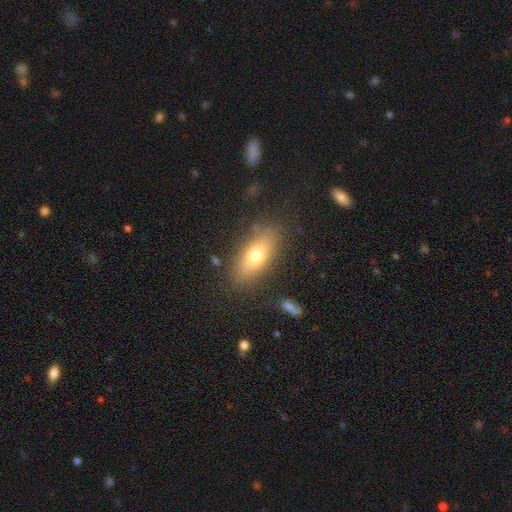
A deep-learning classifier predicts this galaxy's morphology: This is likely a smooth galaxy (68%). How rounded: likely in between (77%). Merging: clearly none (82%).